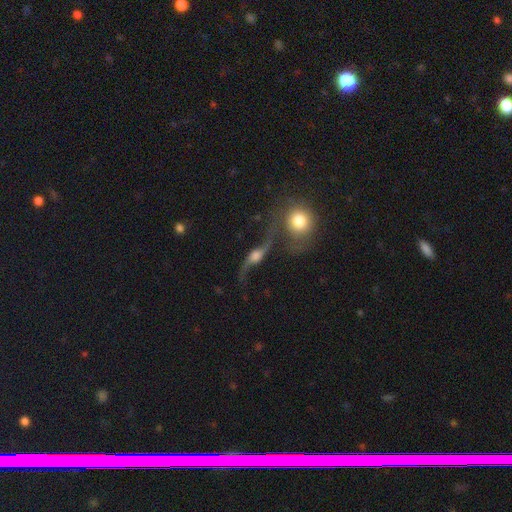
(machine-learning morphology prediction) type=featured or disk (82%); edge-on=no (81%); bar=no (52%); spiral arms=yes (93%); winding=loose (94%); arm count=2 (93%); bulge=moderate (36%); merging=none (53%).